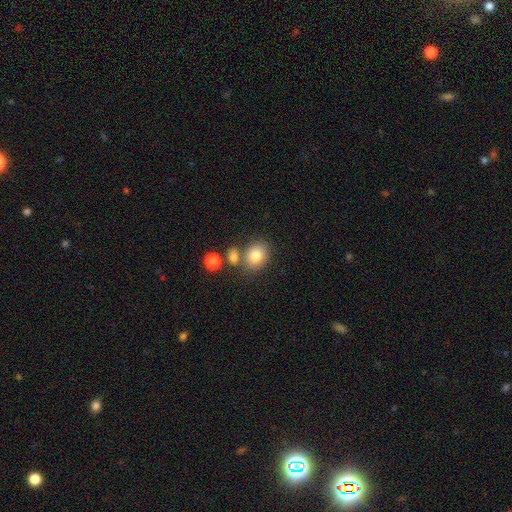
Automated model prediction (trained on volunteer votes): This appears to be a smooth galaxy with no disk features (81%) that is round (55%). Merging: none (64%).